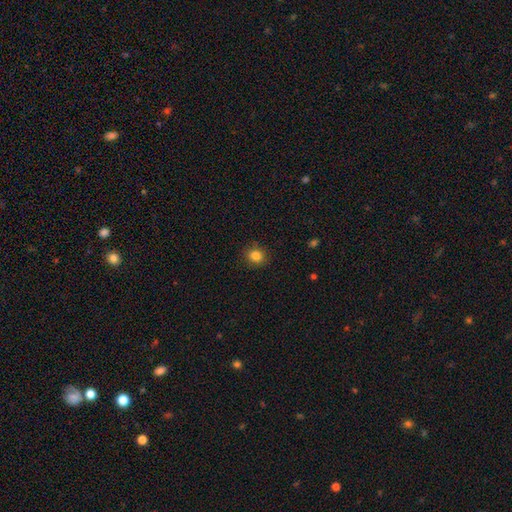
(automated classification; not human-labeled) Smooth or featured? Predicted: smooth (p=0.83). How rounded? Predicted: round (p=0.80). Merging? Predicted: none (p=0.89).